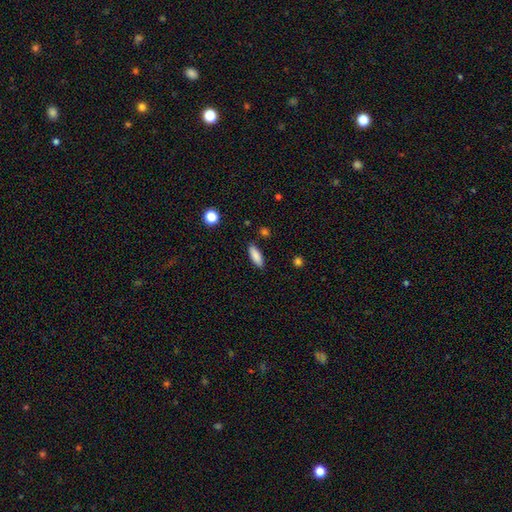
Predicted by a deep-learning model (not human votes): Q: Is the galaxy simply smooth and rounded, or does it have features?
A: smooth — 86%.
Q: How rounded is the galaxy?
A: in between — 60%.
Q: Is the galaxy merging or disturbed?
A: none — 86%.